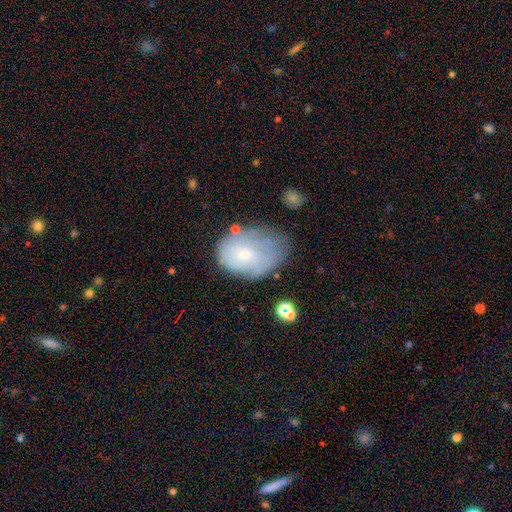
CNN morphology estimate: Overall: smooth (48%; featured or disk 40%). Merging: none (51%; minor disturbance 31%).